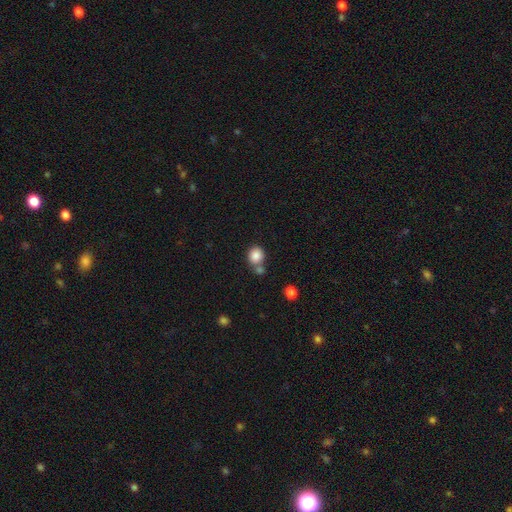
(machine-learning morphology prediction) This is clearly a smooth galaxy (85%). How rounded: likely round (77%). Merging: possibly none (59%).